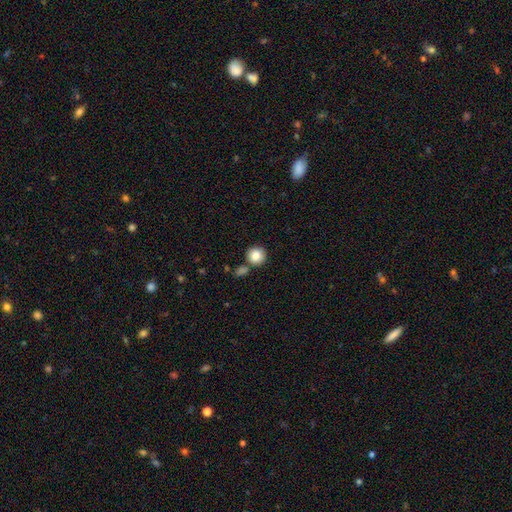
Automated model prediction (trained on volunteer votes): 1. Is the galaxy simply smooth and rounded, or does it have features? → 86% smooth, 9% star or artifact, 6% featured or disk.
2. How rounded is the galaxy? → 92% round, 7% in between, 1% cigar-shaped.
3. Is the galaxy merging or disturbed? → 75% none, 13% merger, 9% minor disturbance, 3% major disturbance.